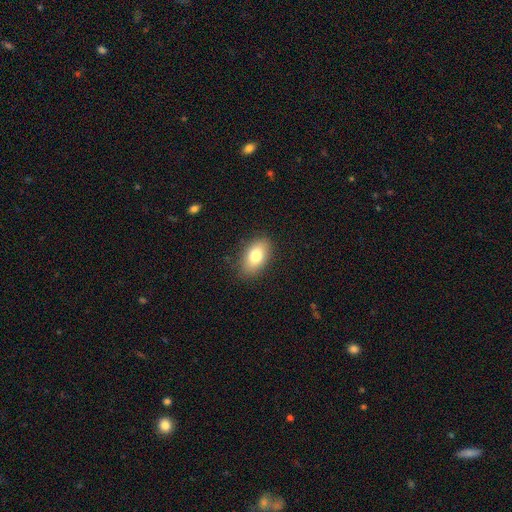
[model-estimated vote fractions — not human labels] The model was most divided on "smooth or featured": smooth: 79%, featured or disk: 13%, star or artifact: 8%. More confident: how rounded — in between (90%); merging — none (85%).